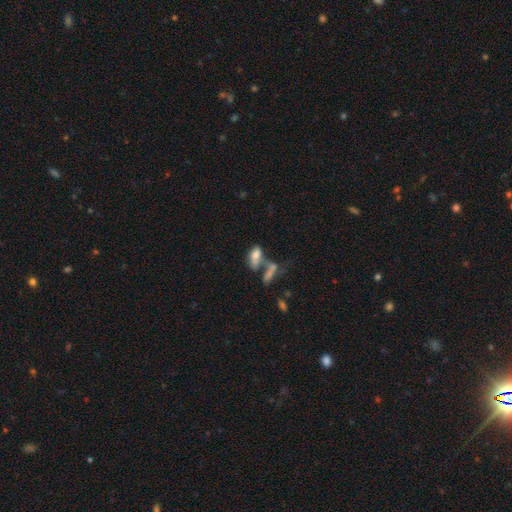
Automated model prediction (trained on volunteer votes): Q: Smooth or featured?
A: smooth (66%); runner-up: featured or disk (23%)
Q: How rounded?
A: in between (84%); runner-up: cigar-shaped (10%)
Q: Merging?
A: merger (51%); runner-up: none (23%)